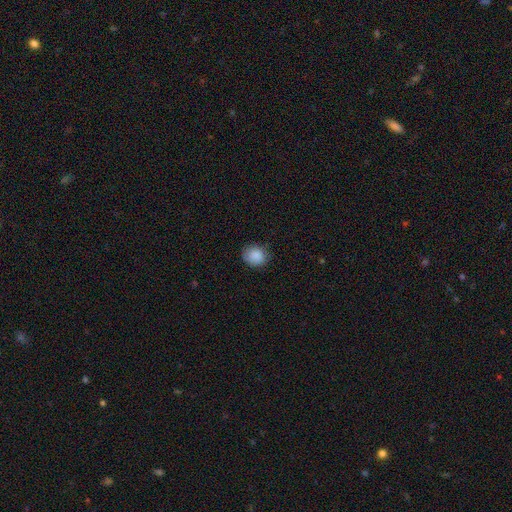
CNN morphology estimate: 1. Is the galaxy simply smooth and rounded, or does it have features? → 88% smooth, 8% star or artifact, 4% featured or disk.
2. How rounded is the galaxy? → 69% round, 30% in between, 1% cigar-shaped.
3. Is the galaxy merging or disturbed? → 80% none, 16% minor disturbance, 3% major disturbance, 1% merger.